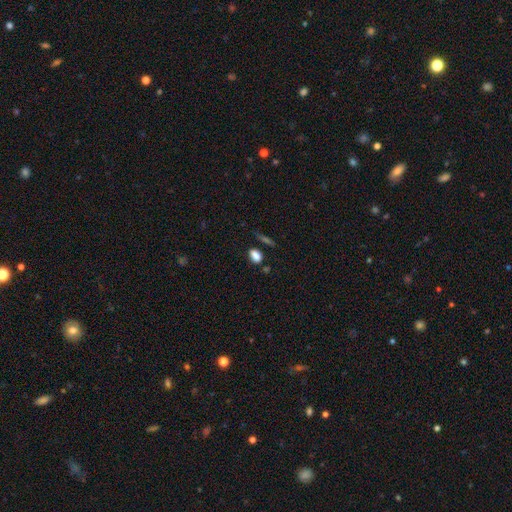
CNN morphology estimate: Q: Smooth or featured?
A: smooth (83%); runner-up: star or artifact (11%)
Q: How rounded?
A: in between (84%); runner-up: round (11%)
Q: Merging?
A: none (73%); runner-up: minor disturbance (15%)